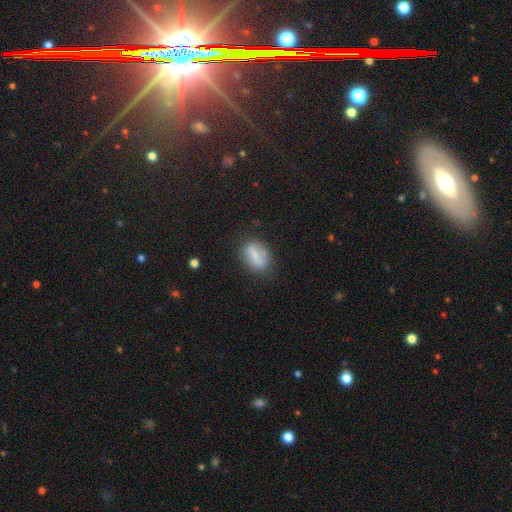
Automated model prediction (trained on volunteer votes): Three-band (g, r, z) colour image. It shows a smooth galaxy with no disk features (67%) that is in between round and cigar-shaped (75%). Merging: none (74%).